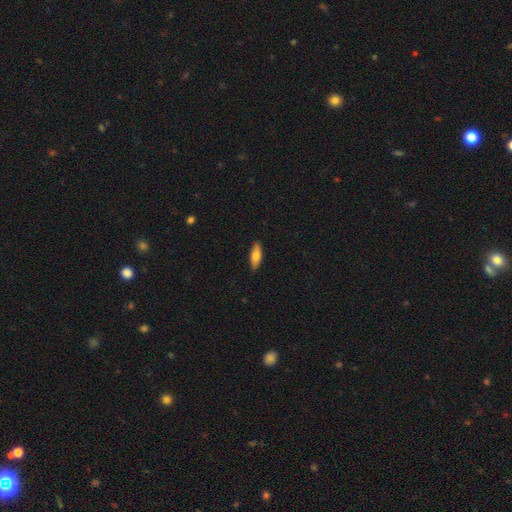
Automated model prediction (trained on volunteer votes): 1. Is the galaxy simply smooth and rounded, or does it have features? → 75% smooth, 19% featured or disk, 6% star or artifact.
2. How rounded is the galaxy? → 56% in between, 42% cigar-shaped, 2% round.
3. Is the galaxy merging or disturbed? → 88% none, 9% minor disturbance, 2% major disturbance, 1% merger.